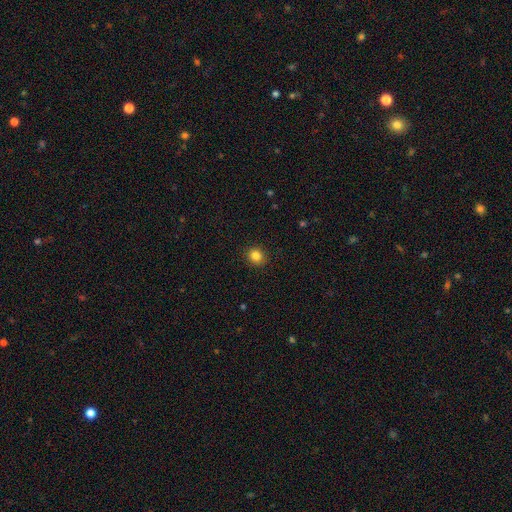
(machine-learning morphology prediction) A smooth galaxy with no disk features (84%) that is round (83%).

Vote fractions:
- Smooth or featured? smooth: 84% / star or artifact: 11% / featured or disk: 5%
- How rounded? round: 83% / in between: 16% / cigar-shaped: 1%
- Merging? none: 91% / minor disturbance: 6% / major disturbance: 2% / merger: 1%